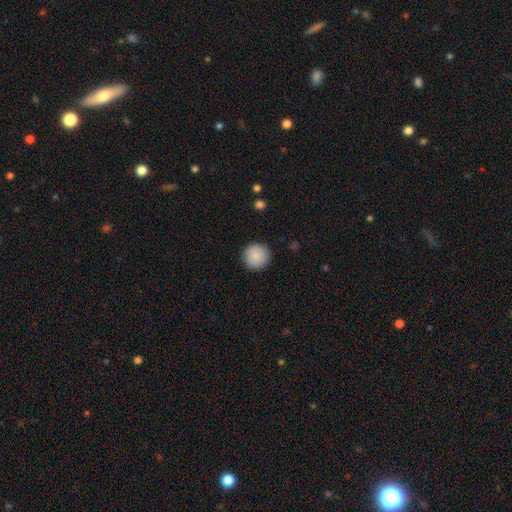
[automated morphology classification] This is clearly a smooth galaxy (89%). How rounded: clearly round (96%). Merging: clearly none (92%).